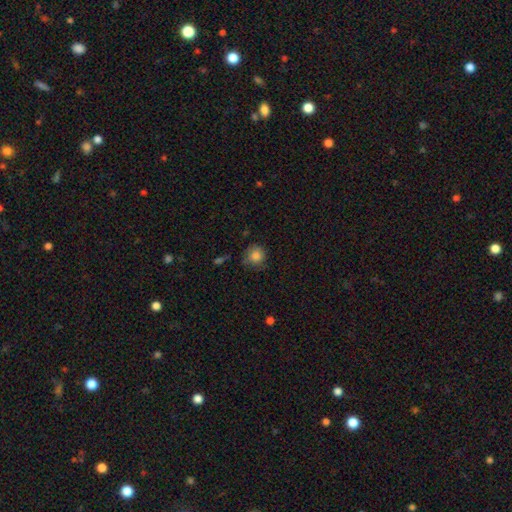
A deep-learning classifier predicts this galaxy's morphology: A smooth galaxy with no disk features (83%) that is round (91%).

Vote fractions:
- Smooth or featured? smooth: 83% / star or artifact: 10% / featured or disk: 7%
- How rounded? round: 91% / in between: 8% / cigar-shaped: 1%
- Merging? none: 72% / minor disturbance: 21% / major disturbance: 5% / merger: 2%